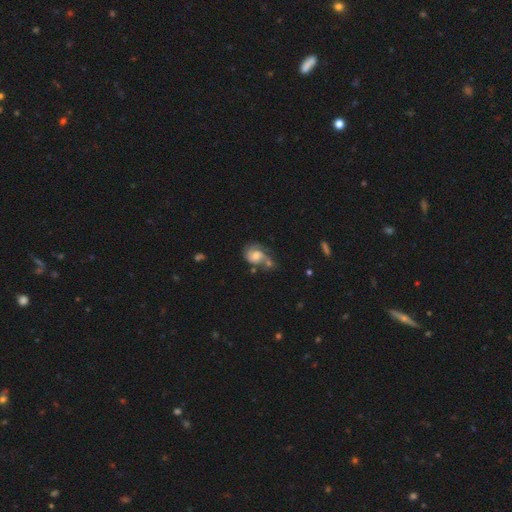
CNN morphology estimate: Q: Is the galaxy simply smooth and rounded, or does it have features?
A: featured or disk — 62%.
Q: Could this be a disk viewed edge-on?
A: no — 98%.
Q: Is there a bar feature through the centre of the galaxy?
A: no — 67%.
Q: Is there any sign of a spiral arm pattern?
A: yes — 86%.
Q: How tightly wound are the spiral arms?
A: medium — 43%.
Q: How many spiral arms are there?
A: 2 — 54%.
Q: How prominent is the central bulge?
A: moderate — 55%.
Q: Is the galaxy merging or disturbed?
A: none — 36%.